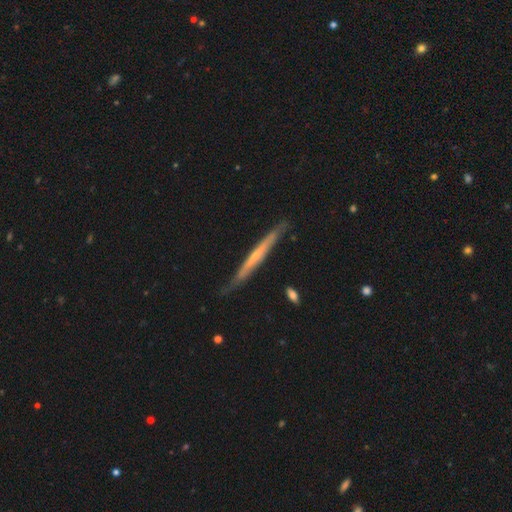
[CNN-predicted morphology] smooth-or-featured: featured or disk: 64% | smooth: 31% | star or artifact: 5%
  disk-edge-on: yes: 94% | no: 6%
    edge-on-bulge: none: 65% | rounded: 29% | boxy: 6%
  merging: none: 78% | minor disturbance: 17% | major disturbance: 3% | merger: 2%